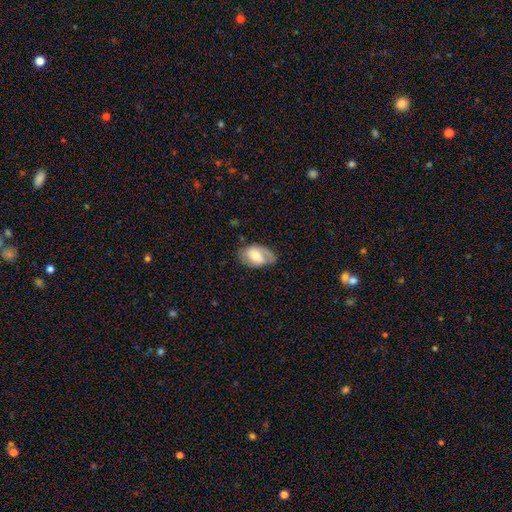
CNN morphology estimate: Overall: featured or disk (56%; smooth 38%). Edge-on disk: no (94%). Bar: no (42%; weak 41%). Spiral arms: yes (75%). Bulge size: moderate (60%; small 30%). Merging: none (67%).